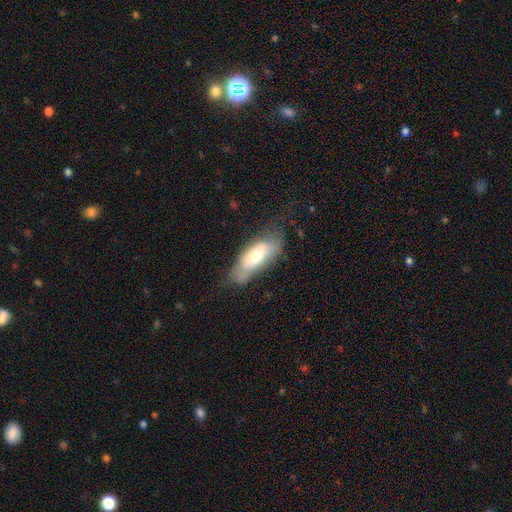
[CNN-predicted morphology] A smooth galaxy with no disk features (58%) that is in between round and cigar-shaped (75%). Merging: none (50%).